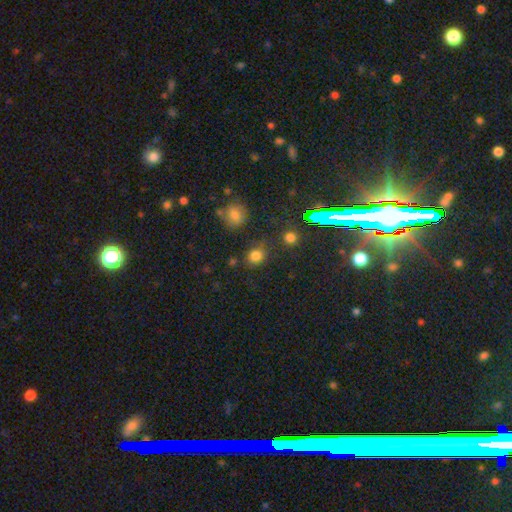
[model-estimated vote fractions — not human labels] smooth 75%, star or artifact 19%, featured or disk 6%. Down the decision tree: how rounded — round (80%); merging — none (73%).